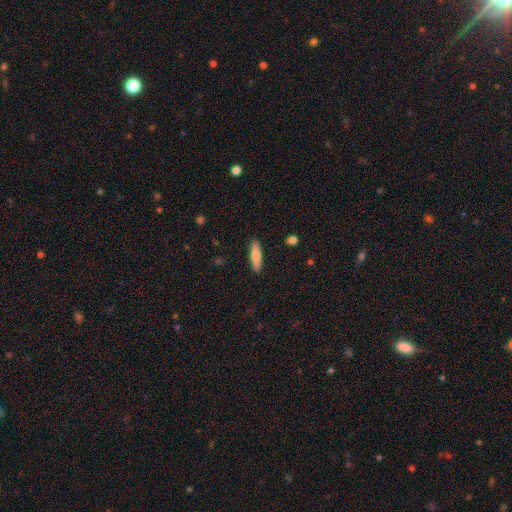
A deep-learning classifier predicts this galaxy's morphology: smooth 68%, featured or disk 27%, star or artifact 5%. Down the decision tree: how rounded — cigar-shaped (77%); merging — none (90%).